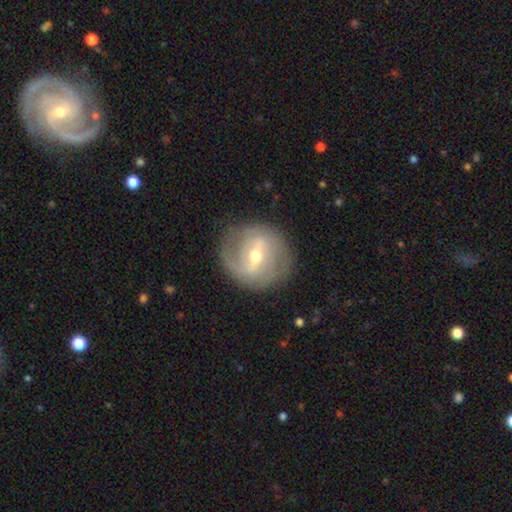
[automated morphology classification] Q: Smooth or featured?
A: featured or disk (75%); runner-up: smooth (19%)
Q: Edge-on disk?
A: no (95%); runner-up: yes (5%)
Q: Bar?
A: weak (44%); runner-up: strong (41%)
Q: Spiral arms?
A: yes (75%); runner-up: no (25%)
Q: Spiral winding?
A: medium (40%); runner-up: tight (35%)
Q: Spiral arm count?
A: 2 (65%); runner-up: can't tell (20%)
Q: Bulge size?
A: moderate (59%); runner-up: small (37%)
Q: Merging?
A: none (81%); runner-up: minor disturbance (12%)